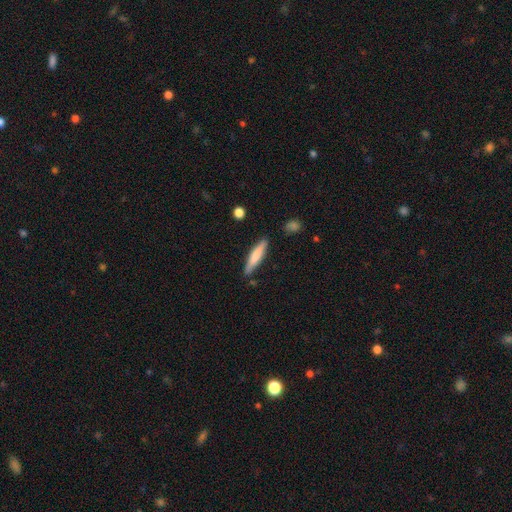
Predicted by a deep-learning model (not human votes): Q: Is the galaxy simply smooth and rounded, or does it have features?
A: smooth — 71%.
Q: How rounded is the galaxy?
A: cigar-shaped — 86%.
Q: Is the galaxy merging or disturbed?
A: none — 83%.